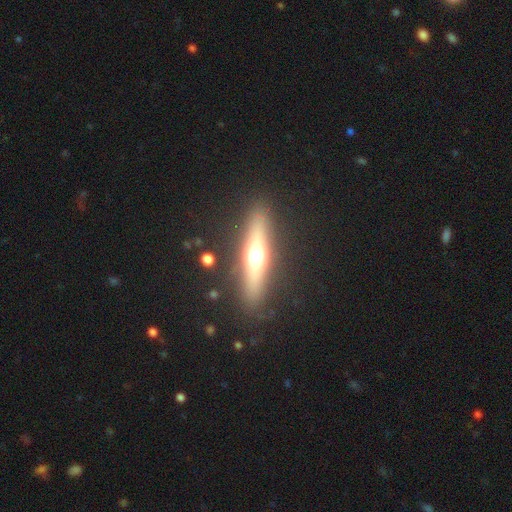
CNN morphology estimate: Smooth or featured? Predicted: featured or disk (p=0.56). Edge-on disk? Predicted: yes (p=0.89). Edge-on bulge? Predicted: rounded (p=0.94). Merging? Predicted: none (p=0.87).